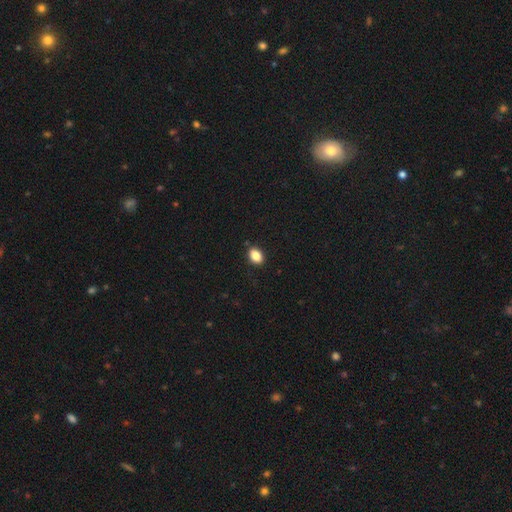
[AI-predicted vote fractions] Smooth or featured? smooth (86%)
How rounded? in between (81%)
Merging? none (88%)